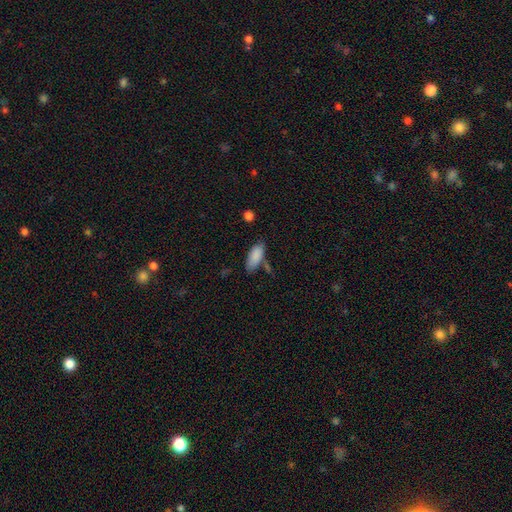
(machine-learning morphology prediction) Smooth or featured?
  - smooth: 87% *
  - star or artifact: 7%
  - featured or disk: 6%
How rounded?
  - in between: 84% *
  - cigar-shaped: 14%
  - round: 2%
Merging?
  - none: 67% *
  - minor disturbance: 20%
  - merger: 8%
  - major disturbance: 5%